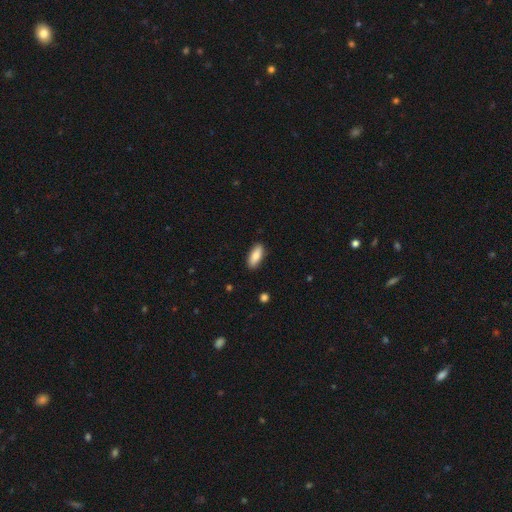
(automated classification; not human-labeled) Smooth or featured: smooth — 86% (featured or disk — 8%)
How rounded: in between — 79% (cigar-shaped — 19%)
Merging: none — 88% (minor disturbance — 9%)